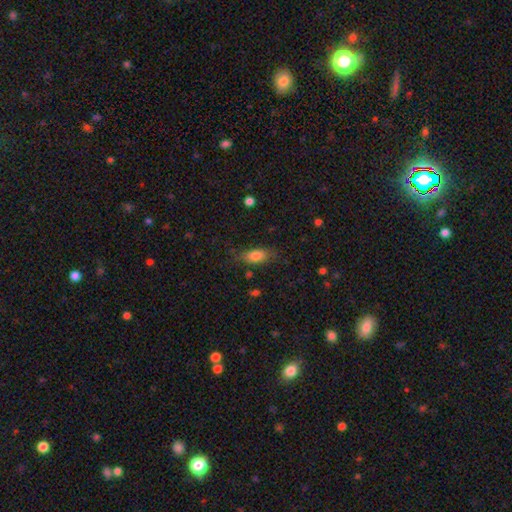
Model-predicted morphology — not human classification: type=smooth (81%); roundness=in between (82%); merging=none (75%).